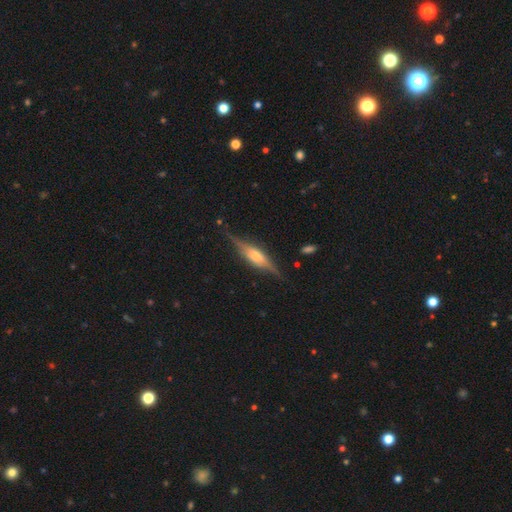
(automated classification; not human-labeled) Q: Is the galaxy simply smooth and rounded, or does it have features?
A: featured or disk — 77%.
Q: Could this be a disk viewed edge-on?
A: yes — 96%.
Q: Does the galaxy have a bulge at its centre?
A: rounded — 66%.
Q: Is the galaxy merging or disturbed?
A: none — 82%.